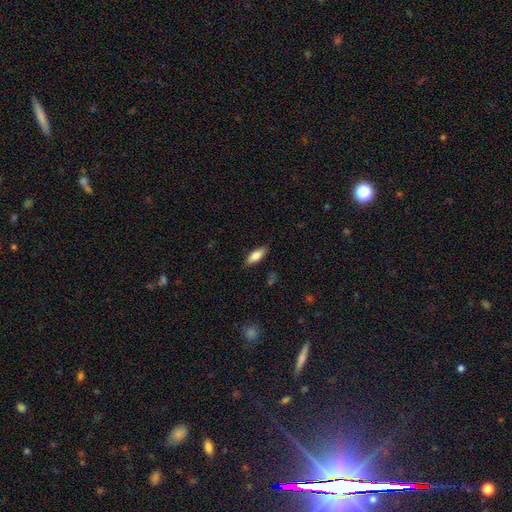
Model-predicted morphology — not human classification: The model was most divided on "how rounded": in between: 71%, cigar-shaped: 27%, round: 2%. More confident: merging — none (85%); smooth or featured — smooth (79%).